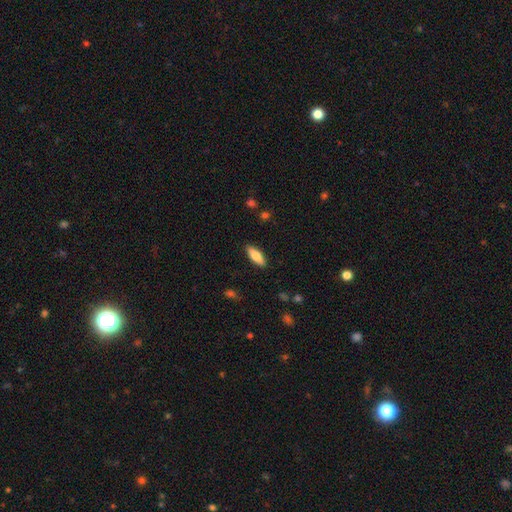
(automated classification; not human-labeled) This is likely a smooth galaxy (75%). How rounded: possibly in between (59%). Merging: clearly none (89%).